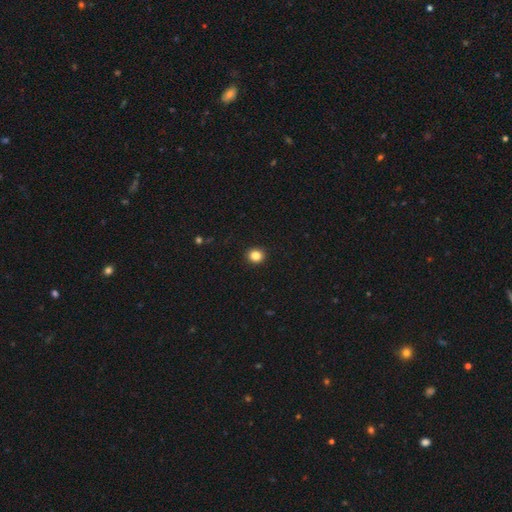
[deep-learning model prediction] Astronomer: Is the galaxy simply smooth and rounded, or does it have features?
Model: smooth — 84%.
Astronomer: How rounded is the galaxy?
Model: round — 86%.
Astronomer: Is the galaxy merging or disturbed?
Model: none — 93%.